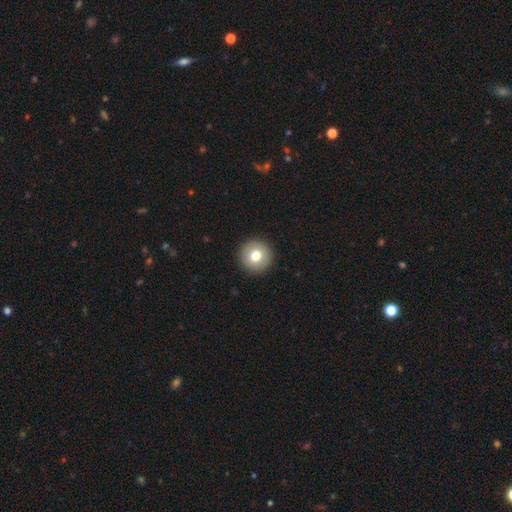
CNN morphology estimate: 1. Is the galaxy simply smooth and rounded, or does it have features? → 75% smooth, 16% featured or disk, 9% star or artifact.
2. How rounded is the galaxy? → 96% round, 3% in between, 1% cigar-shaped.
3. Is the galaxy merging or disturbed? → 93% none, 4% minor disturbance, 2% major disturbance, 1% merger.